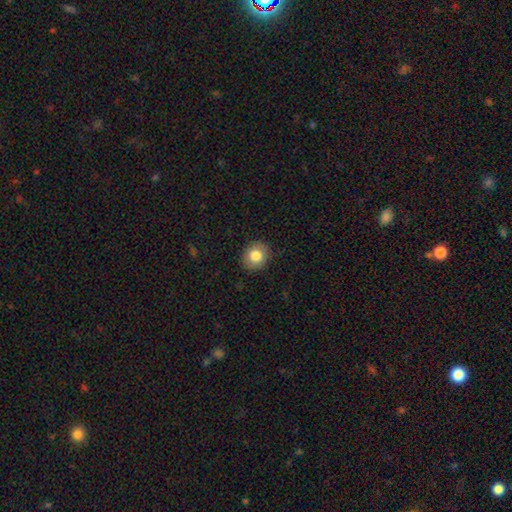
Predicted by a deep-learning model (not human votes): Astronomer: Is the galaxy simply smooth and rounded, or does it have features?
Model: smooth — 82%.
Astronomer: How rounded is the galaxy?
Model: round — 70%.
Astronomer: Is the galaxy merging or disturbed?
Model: none — 87%.